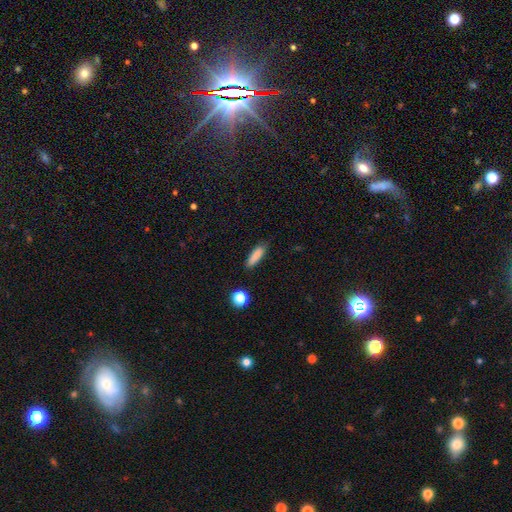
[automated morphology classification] smooth 84%, star or artifact 8%, featured or disk 8%. Down the decision tree: how rounded — cigar-shaped (65%); merging — none (79%).